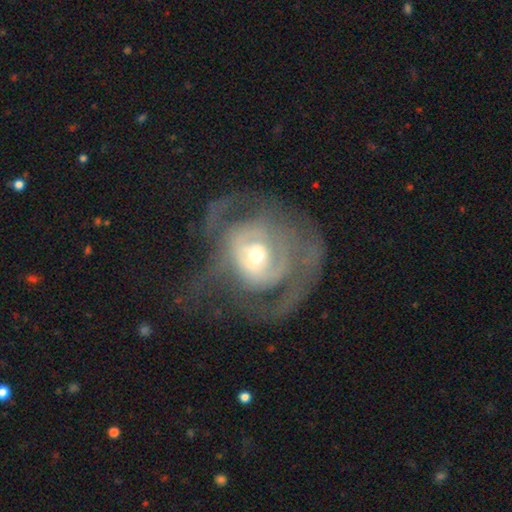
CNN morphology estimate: This is likely a featured or disk galaxy (77%). It is clearly not viewed edge-on (96%). Bar: likely no (69%). Spiral arm pattern: likely yes (71%). Spiral arm count: marginally can't tell (44%). Spiral winding: possibly tight (47%). Central bulge: possibly small (47%). Merging: marginally major disturbance (43%).